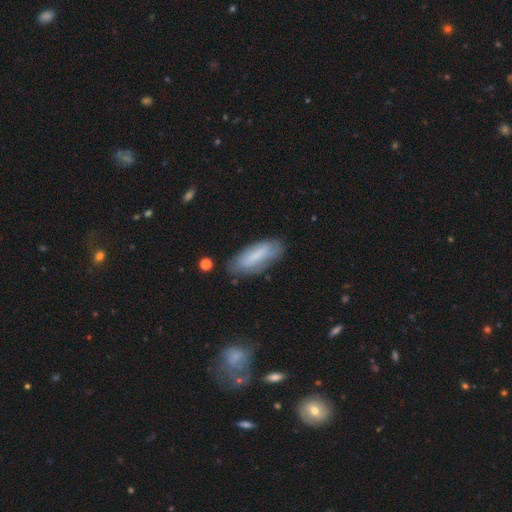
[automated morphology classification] A smooth galaxy with no disk features (69%) that is in between round and cigar-shaped (62%).

Vote fractions:
- Smooth or featured? smooth: 69% / featured or disk: 23% / star or artifact: 7%
- How rounded? in between: 62% / cigar-shaped: 36% / round: 2%
- Merging? none: 73% / minor disturbance: 20% / major disturbance: 5% / merger: 2%